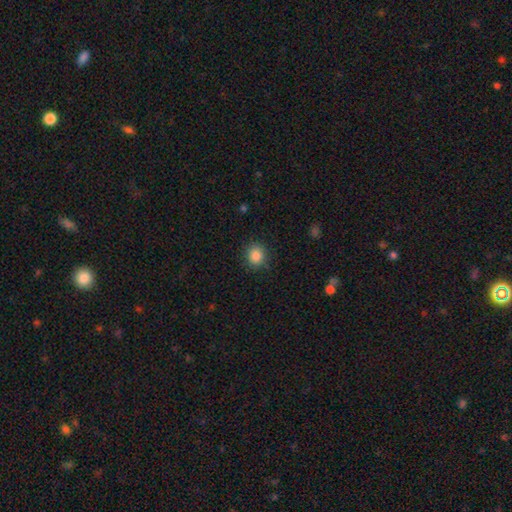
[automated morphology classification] type=smooth (86%); roundness=round (75%); merging=none (88%).